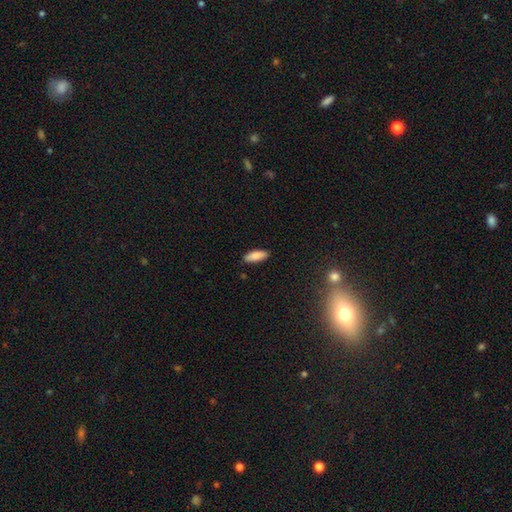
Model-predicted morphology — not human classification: This appears to be a smooth galaxy with no disk features (86%) that is in between round and cigar-shaped (69%). Merging: none (87%).